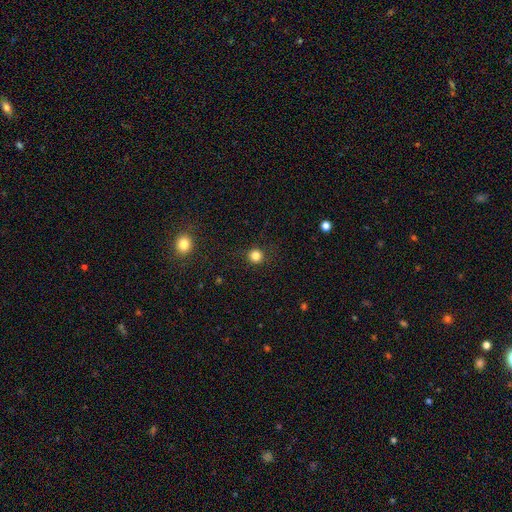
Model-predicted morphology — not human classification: Smooth or featured?
  - smooth: 83% *
  - star or artifact: 13%
  - featured or disk: 4%
How rounded?
  - round: 94% *
  - in between: 5%
  - cigar-shaped: 1%
Merging?
  - none: 89% *
  - minor disturbance: 7%
  - major disturbance: 3%
  - merger: 1%